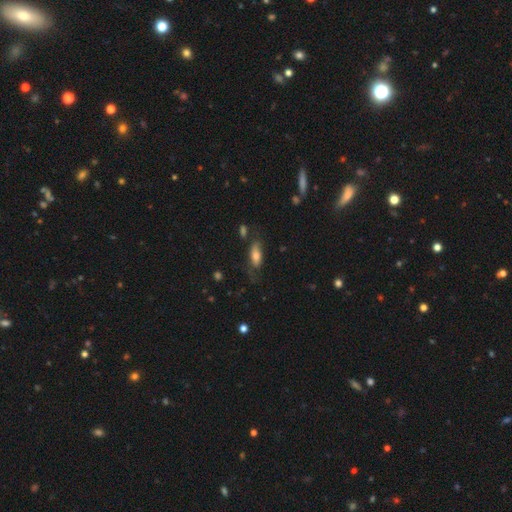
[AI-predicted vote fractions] The model was most divided on "merging": none: 52%, minor disturbance: 27%, major disturbance: 17%, merger: 4%. More confident: how rounded — in between (79%); smooth or featured — smooth (70%).